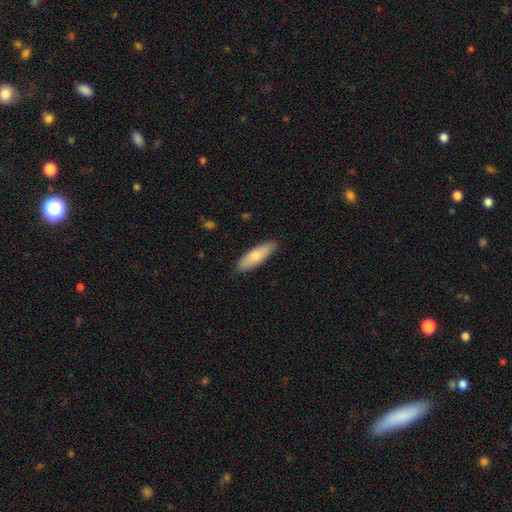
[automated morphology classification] Q: Smooth or featured?
A: smooth (74%); runner-up: featured or disk (20%)
Q: How rounded?
A: in between (52%); runner-up: cigar-shaped (46%)
Q: Merging?
A: none (87%); runner-up: minor disturbance (10%)